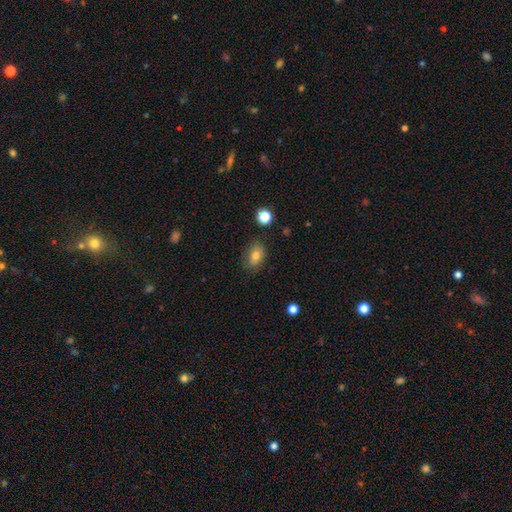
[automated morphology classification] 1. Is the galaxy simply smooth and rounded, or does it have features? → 79% smooth, 11% star or artifact, 11% featured or disk.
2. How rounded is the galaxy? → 79% in between, 20% round, 2% cigar-shaped.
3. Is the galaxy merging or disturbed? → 78% none, 16% minor disturbance, 4% major disturbance, 2% merger.